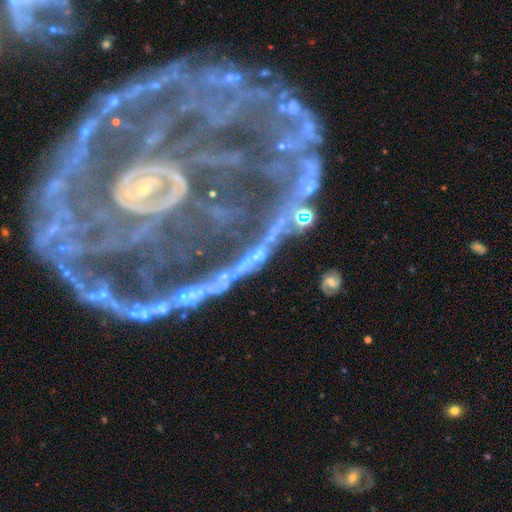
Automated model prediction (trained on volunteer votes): This appears to be a featured or disk galaxy (63%) with no bar (58%), spiral arms (66%) and a small central bulge (43%). Merging: none (38%).